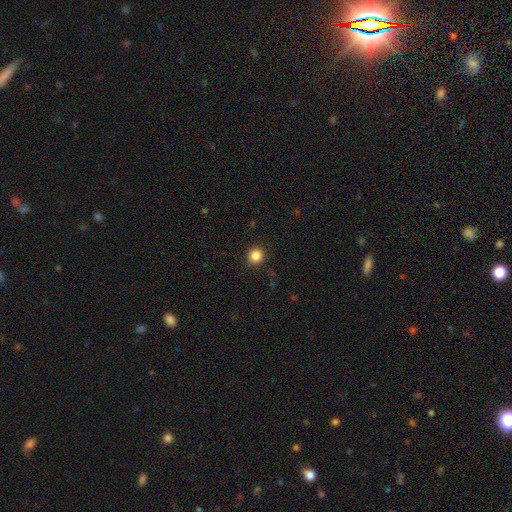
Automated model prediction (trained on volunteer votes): Smooth or featured?
  - smooth: 85% *
  - star or artifact: 11%
  - featured or disk: 4%
How rounded?
  - round: 93% *
  - in between: 6%
  - cigar-shaped: 1%
Merging?
  - none: 92% *
  - minor disturbance: 5%
  - major disturbance: 2%
  - merger: 1%